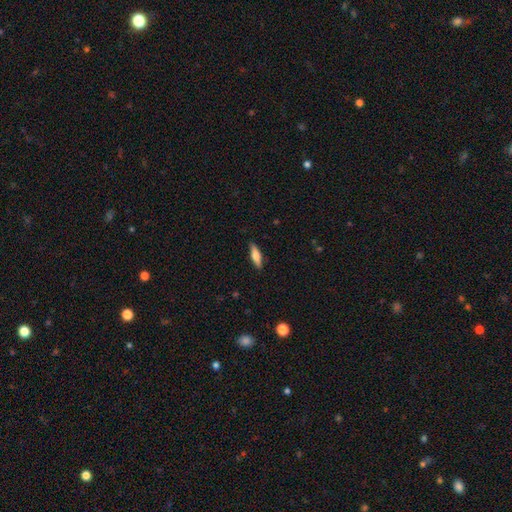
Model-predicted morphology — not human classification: Overall: smooth (61%; featured or disk 33%). How rounded: cigar-shaped (61%; in between 37%). Merging: none (87%).